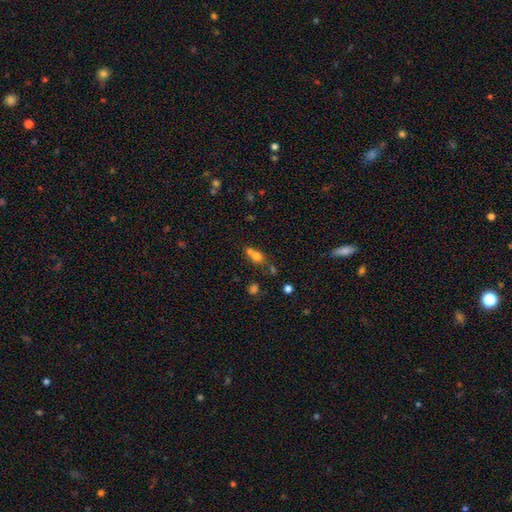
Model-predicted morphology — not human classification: A smooth galaxy with no disk features (70%) that is round (60%). Merging: merger (54%).